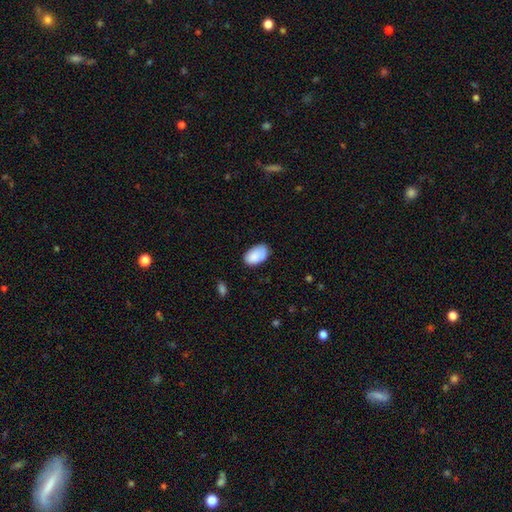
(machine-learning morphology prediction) This appears to be a smooth galaxy with no disk features (87%) that is in between round and cigar-shaped (94%). Merging: none (75%).